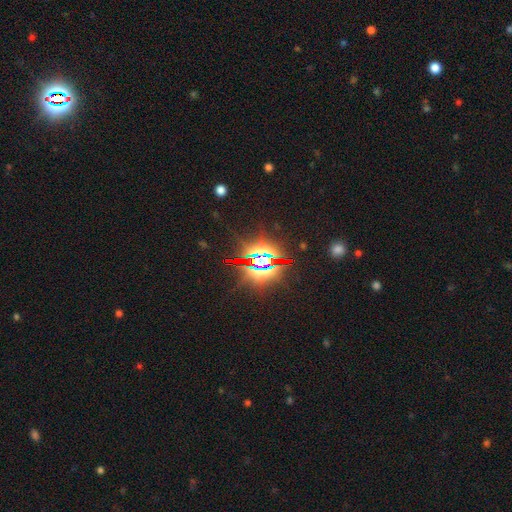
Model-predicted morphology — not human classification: A star or artifact, not a galaxy (84%).